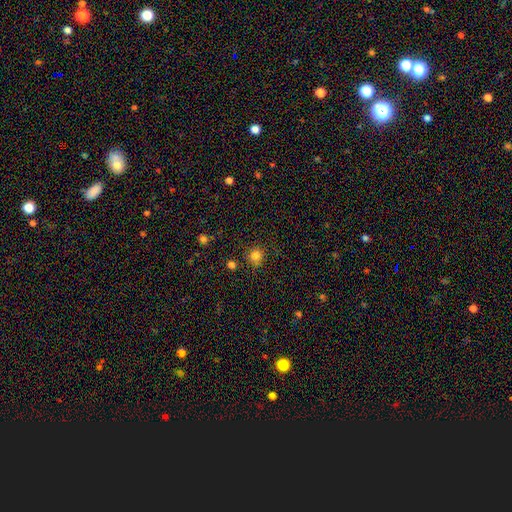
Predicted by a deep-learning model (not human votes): A smooth galaxy with no disk features (80%) that is round (88%). Merging: none (81%).